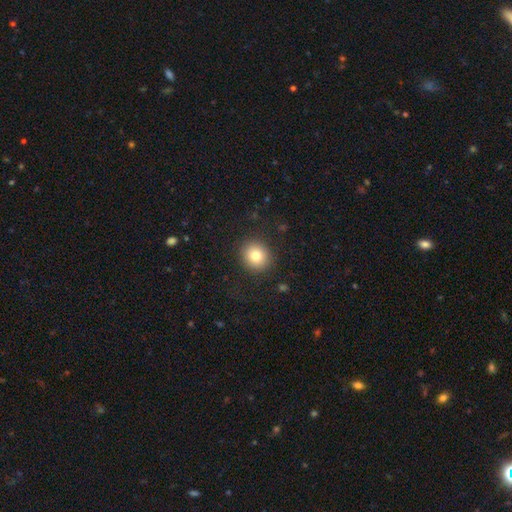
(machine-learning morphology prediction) This appears to be a smooth galaxy with no disk features (78%) that is round (86%). Merging: none (90%).